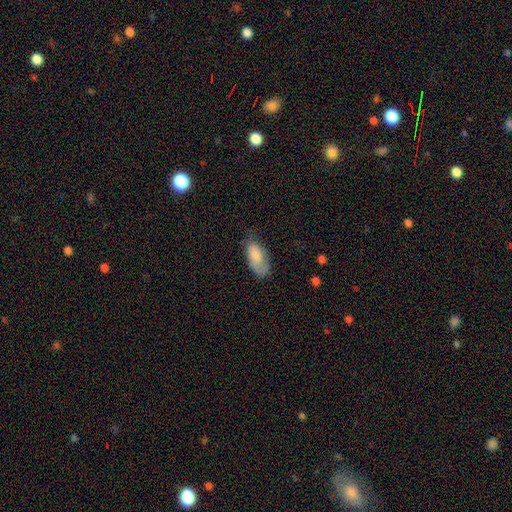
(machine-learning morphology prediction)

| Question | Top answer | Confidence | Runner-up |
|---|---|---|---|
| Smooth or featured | smooth | 77% | featured or disk (16%) |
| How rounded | in between | 91% | cigar-shaped (7%) |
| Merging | none | 51% | minor disturbance (34%) |